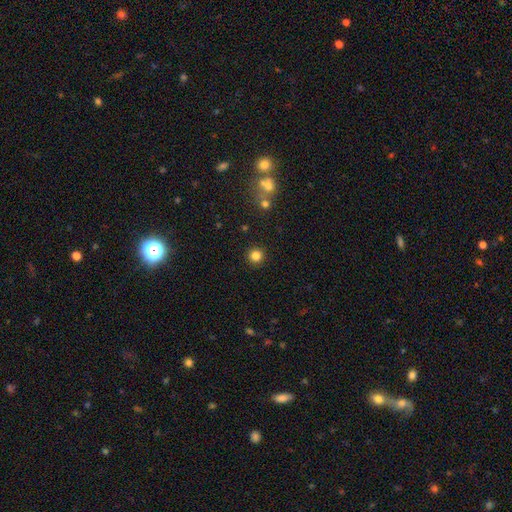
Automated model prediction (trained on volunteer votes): This is clearly a smooth galaxy (82%). How rounded: clearly round (95%). Merging: clearly none (92%).